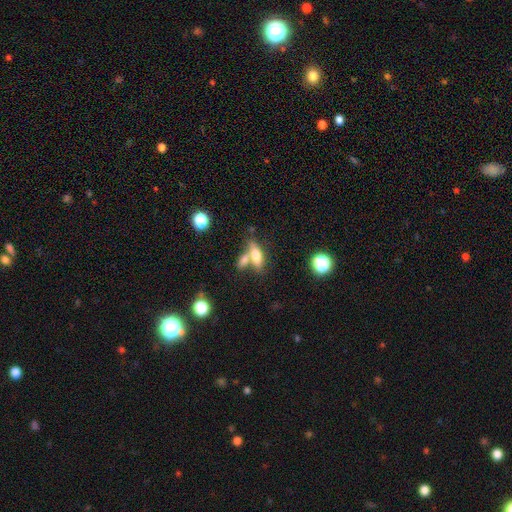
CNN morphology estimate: This appears to be a smooth galaxy with no disk features (64%) that is in between round and cigar-shaped (64%). Merging: none (42%, tied with merger).